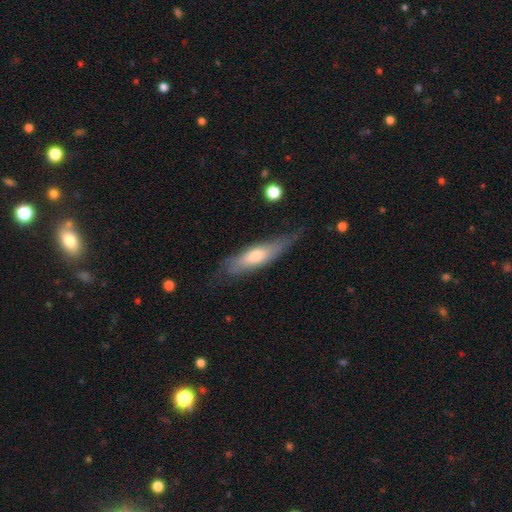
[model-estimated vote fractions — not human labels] The model was most divided on "smooth or featured": smooth: 53%, featured or disk: 42%, star or artifact: 6%. More confident: how rounded — cigar-shaped (65%); merging — none (59%).